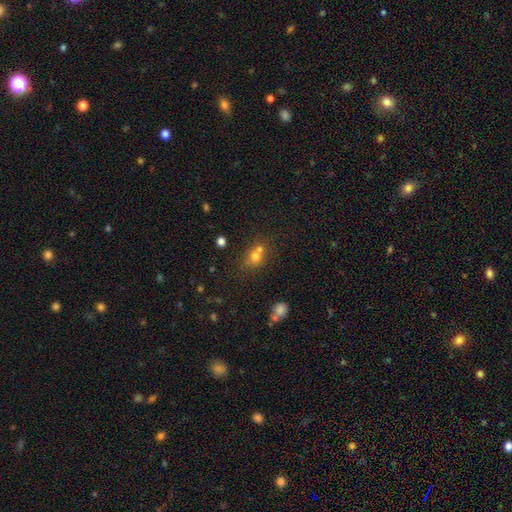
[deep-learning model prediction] This appears to be a smooth galaxy with no disk features (69%) that is round (68%). Merging: merger (47%).